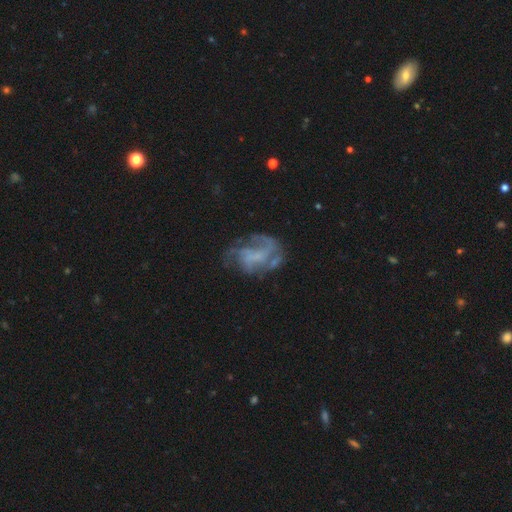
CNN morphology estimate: Smooth or featured? Predicted: featured or disk (p=0.75). Edge-on disk? Predicted: no (p=0.98). Bar? Predicted: no (p=0.58). Spiral arms? Predicted: yes (p=0.79). Spiral winding? Predicted: medium (p=0.40). Spiral arm count? Predicted: can't tell (p=0.27). Bulge size? Predicted: none (p=0.65). Merging? Predicted: none (p=0.44).